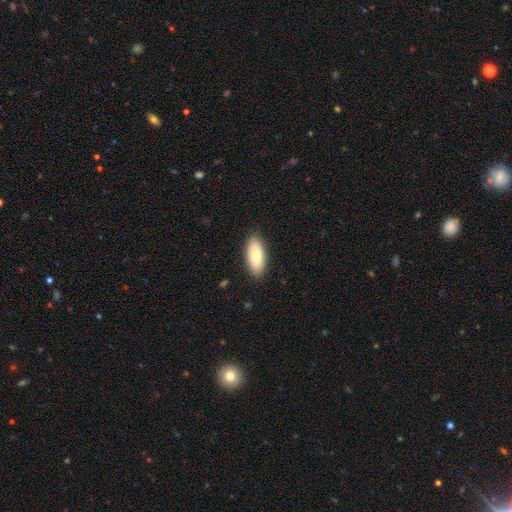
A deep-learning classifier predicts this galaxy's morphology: This is likely a smooth galaxy (77%). How rounded: clearly in between (87%). Merging: clearly none (88%).